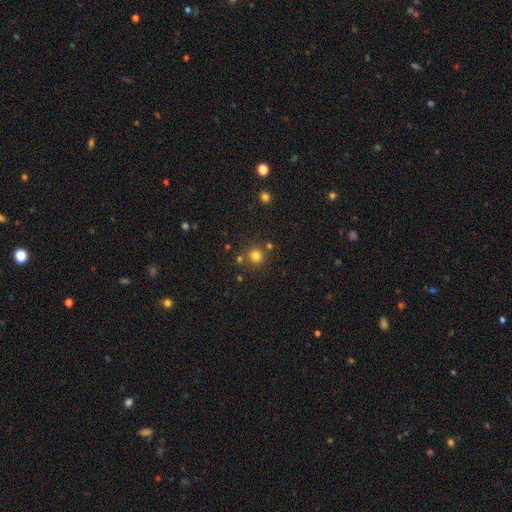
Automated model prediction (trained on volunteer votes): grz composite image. It shows a smooth galaxy with no disk features (77%) that is round (93%). Merging: none (79%).